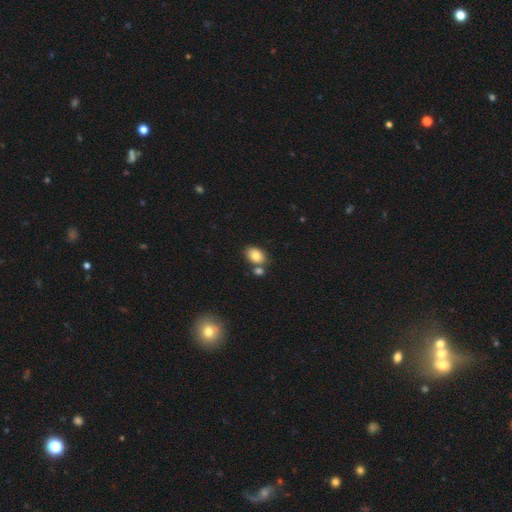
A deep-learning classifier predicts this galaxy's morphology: Smooth or featured? Predicted: smooth (p=0.82). How rounded? Predicted: in between (p=0.77). Merging? Predicted: none (p=0.64).